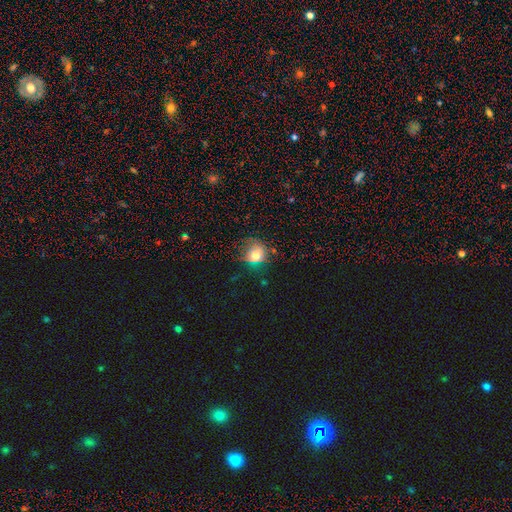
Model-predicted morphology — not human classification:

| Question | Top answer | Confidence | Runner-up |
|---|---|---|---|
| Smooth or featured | smooth | 71% | star or artifact (16%) |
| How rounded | round | 80% | in between (18%) |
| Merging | none | 63% | minor disturbance (23%) |